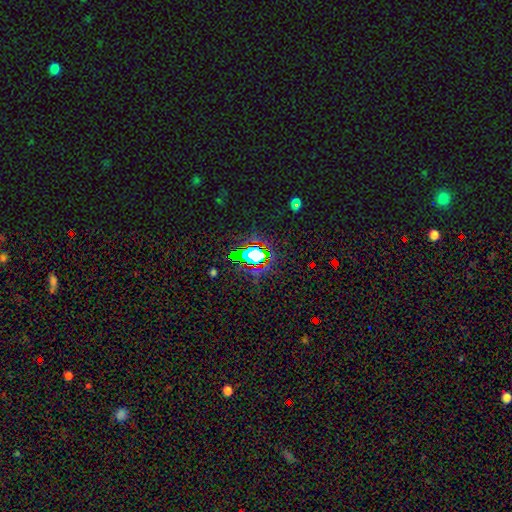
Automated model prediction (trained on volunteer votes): Q: Smooth or featured?
A: star or artifact (70%); runner-up: smooth (19%)